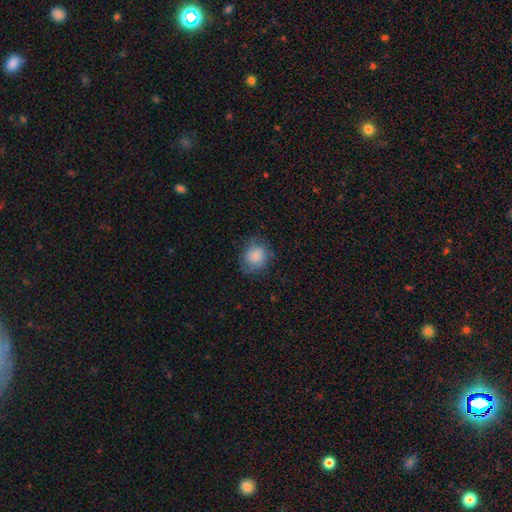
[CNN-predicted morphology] A smooth galaxy with no disk features (82%) that is round (74%). Merging: none (72%).